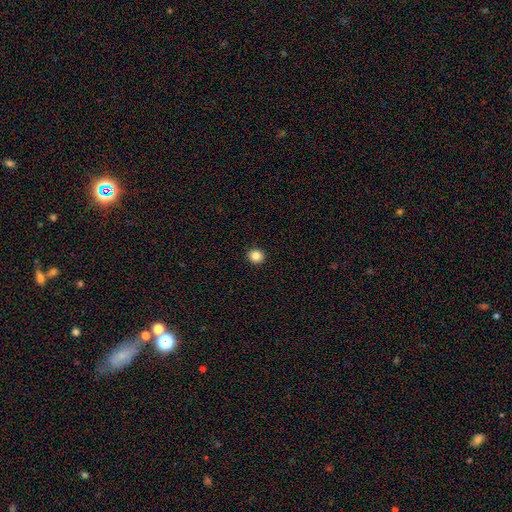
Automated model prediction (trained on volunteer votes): A smooth galaxy with no disk features (84%) that is round (89%). Merging: none (93%).